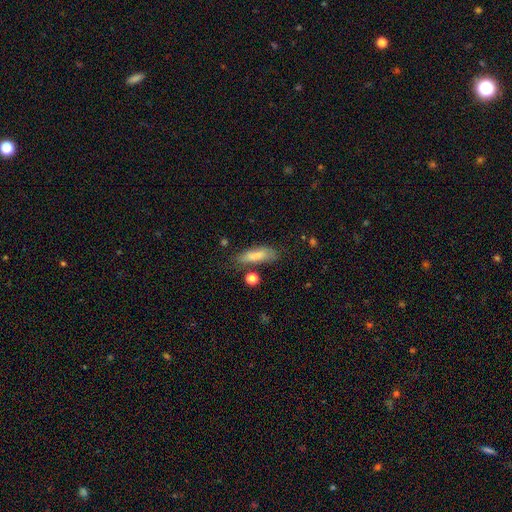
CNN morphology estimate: type=smooth (81%); roundness=cigar-shaped (49%); merging=none (60%).